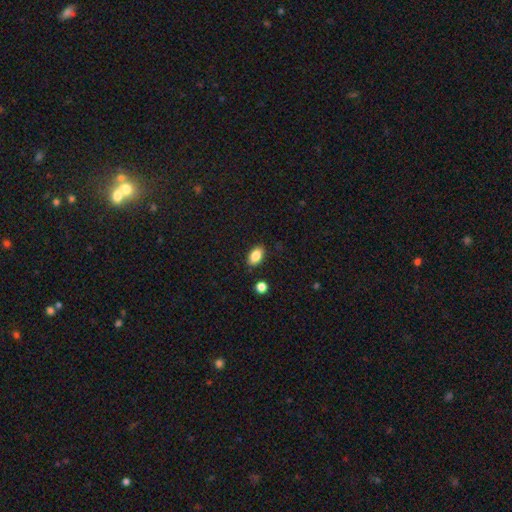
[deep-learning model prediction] Smooth or featured: smooth — 85% (star or artifact — 8%)
How rounded: in between — 89% (round — 8%)
Merging: none — 85% (minor disturbance — 10%)